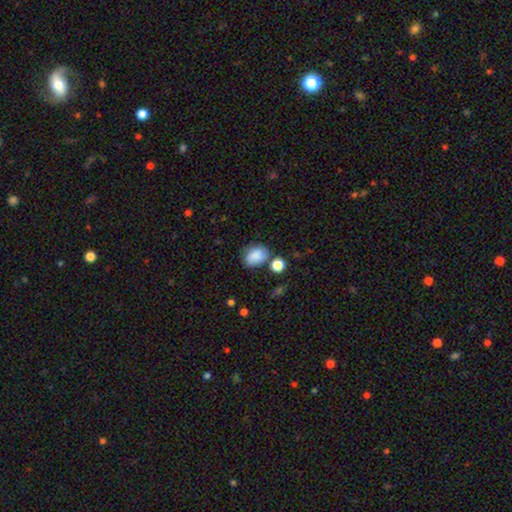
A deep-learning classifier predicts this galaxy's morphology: Smooth or featured: smooth — 85% (star or artifact — 9%)
How rounded: in between — 70% (round — 29%)
Merging: none — 63% (minor disturbance — 20%)